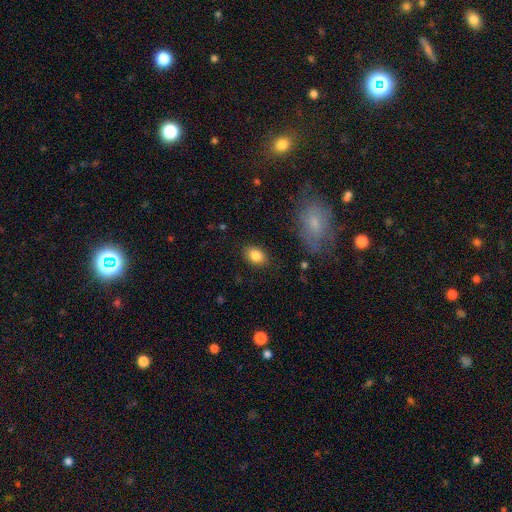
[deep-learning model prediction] This is clearly a smooth galaxy (85%). How rounded: likely in between (80%). Merging: clearly none (86%).